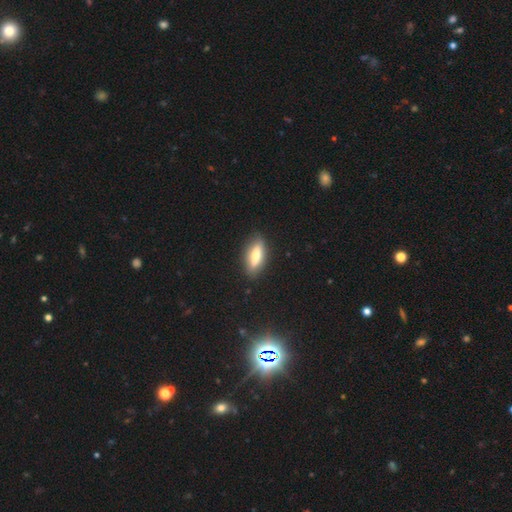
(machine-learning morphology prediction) smooth-or-featured: smooth: 58% | featured or disk: 35% | star or artifact: 7%
  how-rounded: in between: 61% | cigar-shaped: 36% | round: 3%
  merging: none: 86% | minor disturbance: 10% | major disturbance: 3% | merger: 1%